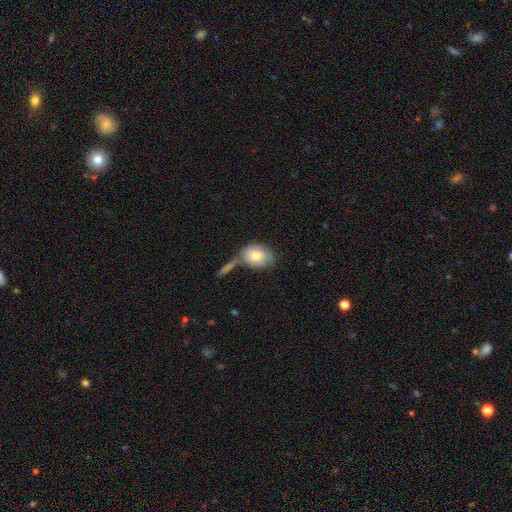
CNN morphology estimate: Smooth or featured? Predicted: smooth (p=0.79). How rounded? Predicted: in between (p=0.67). Merging? Predicted: none (p=0.52).